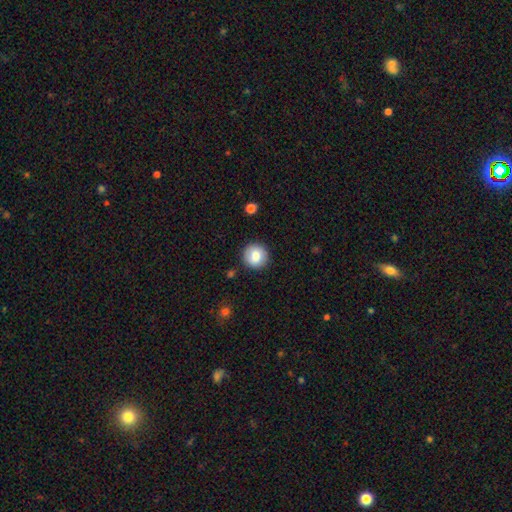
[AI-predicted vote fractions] The model was most divided on "smooth or featured": smooth: 83%, star or artifact: 9%, featured or disk: 8%. More confident: how rounded — round (92%); merging — none (89%).